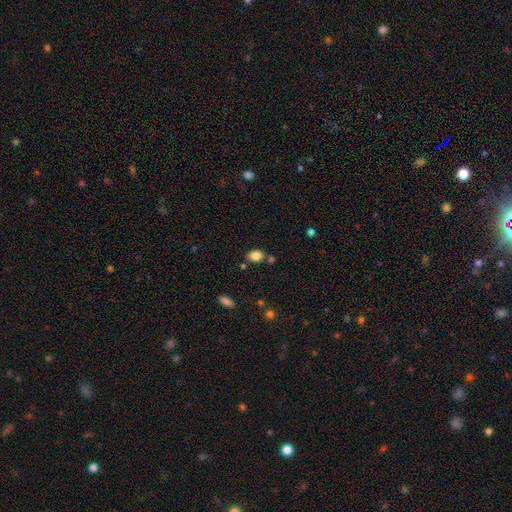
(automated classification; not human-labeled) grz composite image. It shows a smooth galaxy with no disk features (84%) that is in between round and cigar-shaped (77%). Merging: none (74%).